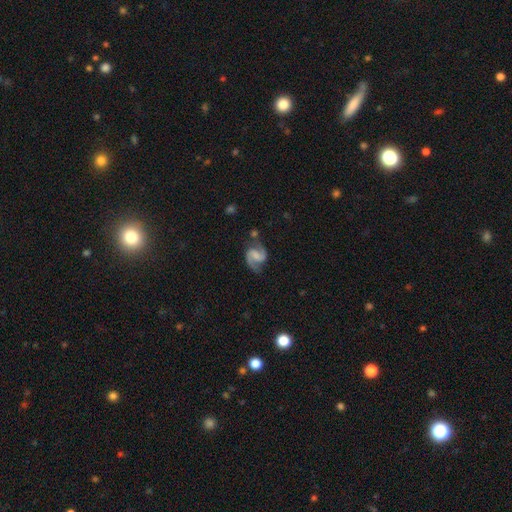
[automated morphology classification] A featured or disk galaxy (87%) with a weak bar (49%), 2 (93%) medium (56%) spiral arms (97%) and no central bulge (41%). Merging: none (72%).